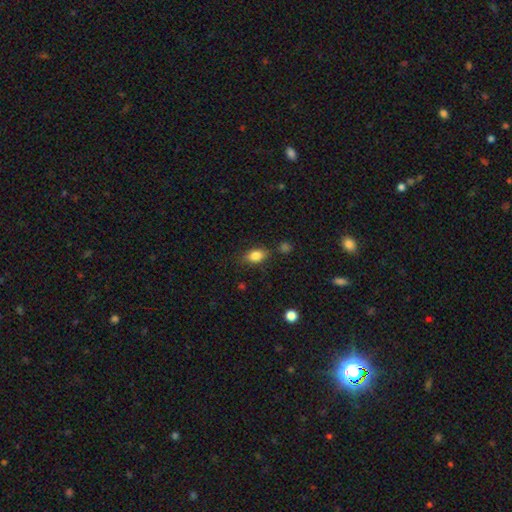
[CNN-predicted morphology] Smooth or featured?
  - smooth: 82% *
  - featured or disk: 9%
  - star or artifact: 9%
How rounded?
  - in between: 84% *
  - round: 12%
  - cigar-shaped: 4%
Merging?
  - none: 76% *
  - minor disturbance: 15%
  - merger: 5%
  - major disturbance: 4%